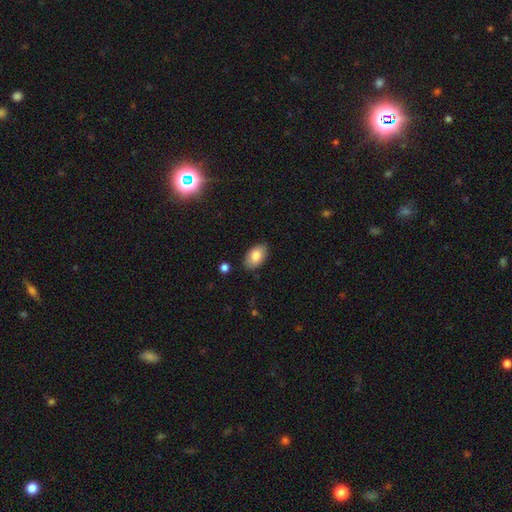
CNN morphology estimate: smooth-or-featured: smooth: 84% | featured or disk: 9% | star or artifact: 7%
  how-rounded: in between: 93% | round: 6% | cigar-shaped: 1%
  merging: none: 84% | minor disturbance: 12% | major disturbance: 2% | merger: 2%